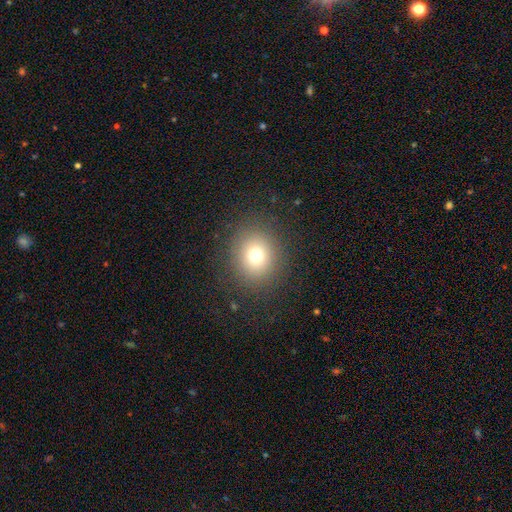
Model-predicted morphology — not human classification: smooth-or-featured: smooth: 74% | star or artifact: 16% | featured or disk: 10%
  how-rounded: round: 82% | in between: 17% | cigar-shaped: 1%
  merging: none: 87% | minor disturbance: 7% | major disturbance: 4% | merger: 1%